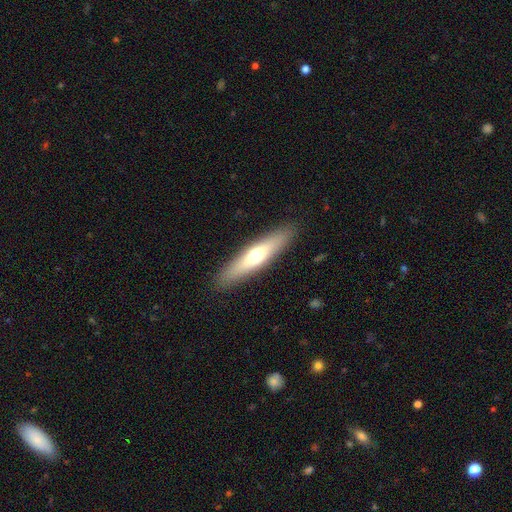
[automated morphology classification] A smooth galaxy with no disk features (55%) that is cigar-shaped (78%).

Vote fractions:
- Smooth or featured? smooth: 55% / featured or disk: 39% / star or artifact: 6%
- How rounded? cigar-shaped: 78% / in between: 20% / round: 2%
- Merging? none: 89% / minor disturbance: 8% / major disturbance: 2% / merger: 1%